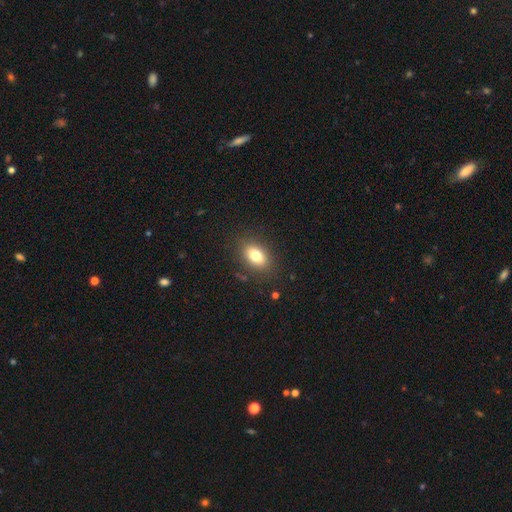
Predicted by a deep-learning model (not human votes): Morphology: type=smooth (80%); roundness=in between (85%); merging=none (86%).